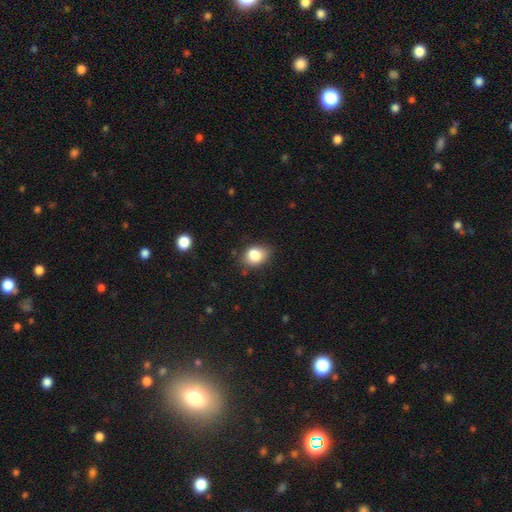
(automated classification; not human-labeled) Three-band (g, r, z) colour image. It shows a smooth galaxy with no disk features (84%) that is in between round and cigar-shaped (60%). Merging: none (70%).